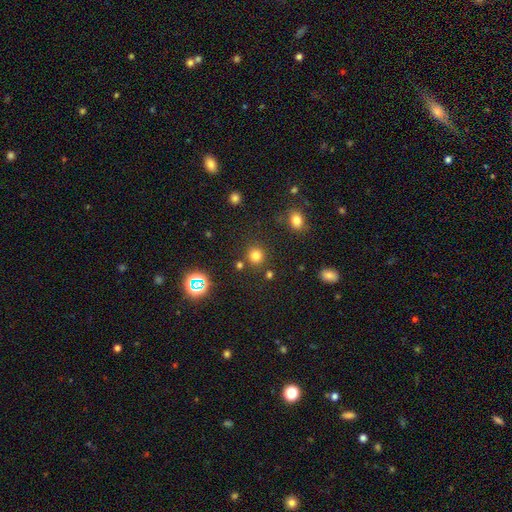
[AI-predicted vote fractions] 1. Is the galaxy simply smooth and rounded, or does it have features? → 77% smooth, 18% star or artifact, 5% featured or disk.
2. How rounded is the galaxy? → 91% round, 8% in between, 1% cigar-shaped.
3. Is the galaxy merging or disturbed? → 84% none, 7% minor disturbance, 6% merger, 3% major disturbance.